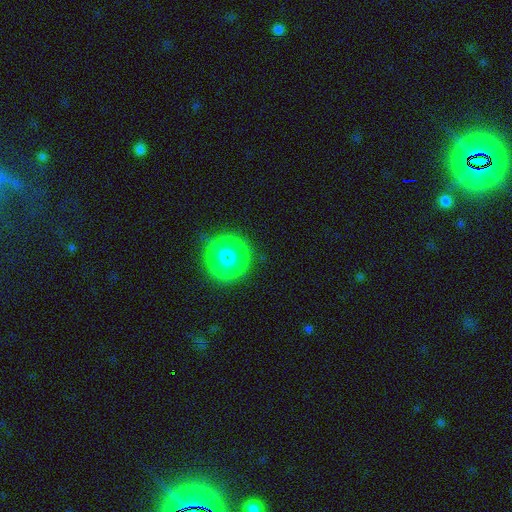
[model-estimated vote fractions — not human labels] This is likely a star or artifact rather than a galaxy (75%).